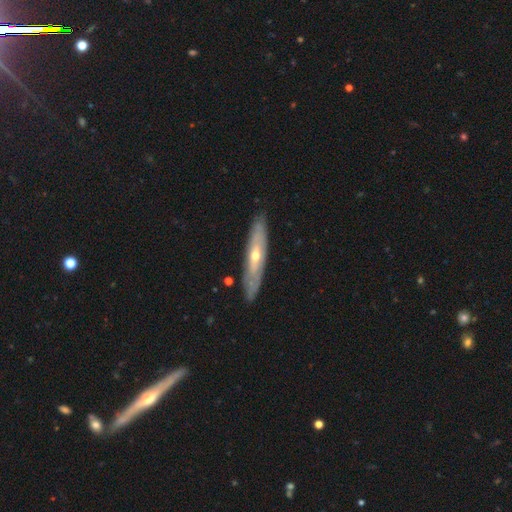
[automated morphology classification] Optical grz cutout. It shows a featured or disk galaxy (64%) viewed edge-on (64%). Merging: none (87%).